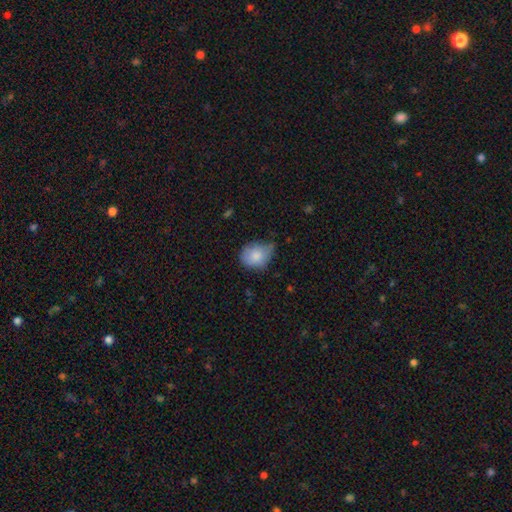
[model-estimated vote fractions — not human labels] This is clearly a smooth galaxy (82%). How rounded: possibly round (54%). Merging: possibly minor disturbance (48%).